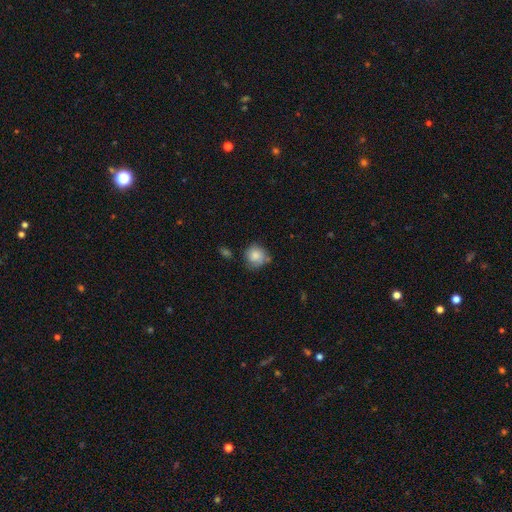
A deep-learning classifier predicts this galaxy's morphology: Smooth or featured?
  - smooth: 81% *
  - featured or disk: 11%
  - star or artifact: 8%
How rounded?
  - round: 87% *
  - in between: 12%
  - cigar-shaped: 1%
Merging?
  - none: 62% *
  - minor disturbance: 26%
  - major disturbance: 6%
  - merger: 6%